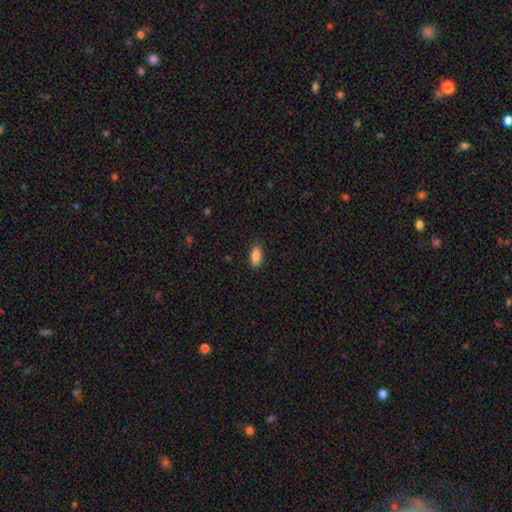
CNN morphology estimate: Smooth or featured? Predicted: smooth (p=0.88). How rounded? Predicted: in between (p=0.87). Merging? Predicted: none (p=0.86).